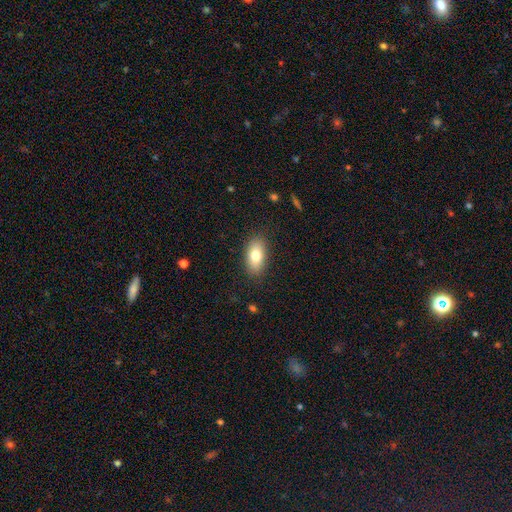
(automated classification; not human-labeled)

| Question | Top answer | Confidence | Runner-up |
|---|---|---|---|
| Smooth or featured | smooth | 79% | featured or disk (13%) |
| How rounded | in between | 90% | round (5%) |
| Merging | none | 86% | minor disturbance (10%) |